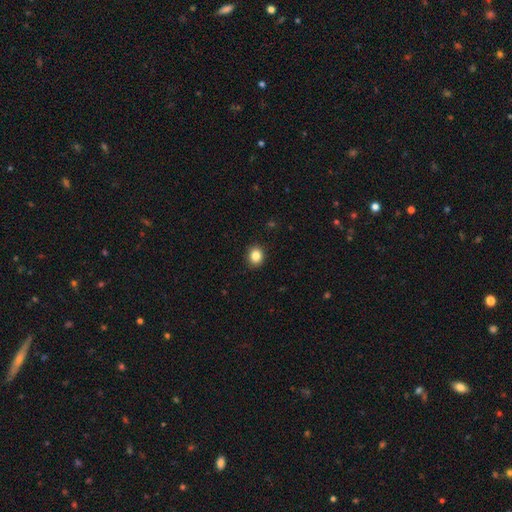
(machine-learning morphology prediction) smooth_or_featured: smooth (p=0.85) [alt: star or artifact p=0.10]
how_rounded: round (p=0.72) [alt: in between p=0.27]
merging: none (p=0.91) [alt: minor disturbance p=0.06]